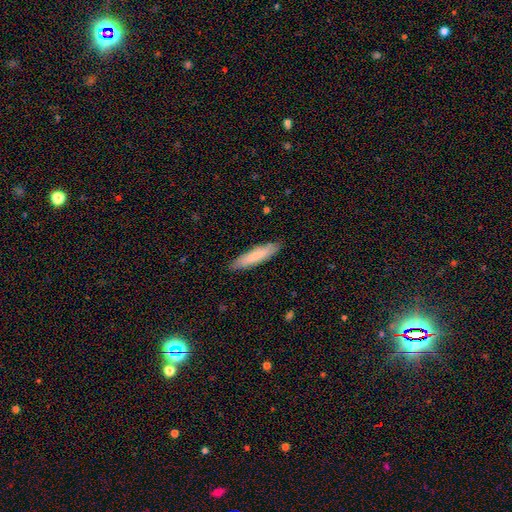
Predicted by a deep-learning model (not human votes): Smooth or featured? Predicted: smooth (p=0.78). How rounded? Predicted: cigar-shaped (p=0.83). Merging? Predicted: none (p=0.88).